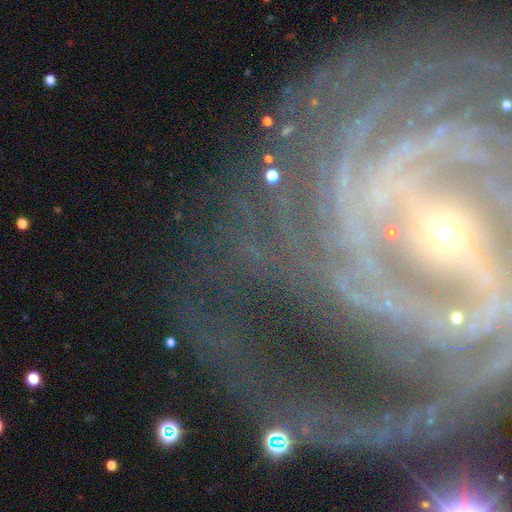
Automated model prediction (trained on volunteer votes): The model was most divided on "bar": strong: 38%, no: 35%, weak: 27%. Remaining: spiral arms — yes (97%); edge-on disk — no (96%); smooth or featured — featured or disk (81%); bulge size — small (73%); spiral winding — tight (65%); merging — none (62%); spiral arm count — can't tell (20%).